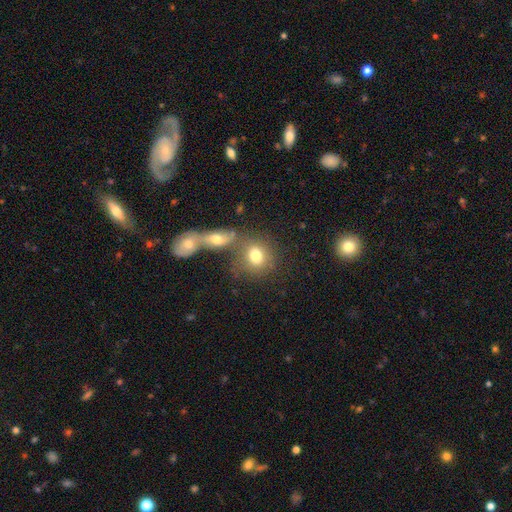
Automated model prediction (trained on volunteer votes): Smooth or featured: smooth — 76% (featured or disk — 13%)
How rounded: round — 62% (in between — 37%)
Merging: none — 51% (merger — 32%)